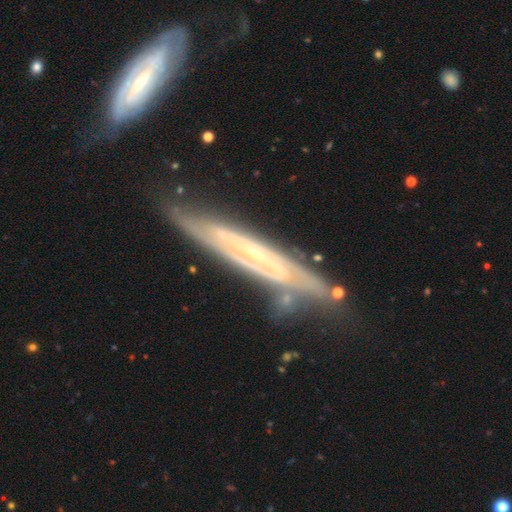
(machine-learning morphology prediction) smooth-or-featured: featured or disk: 73% | smooth: 20% | star or artifact: 7%
  disk-edge-on: yes: 61% | no: 39%
  merging: none: 62% | minor disturbance: 22% | merger: 9% | major disturbance: 7%